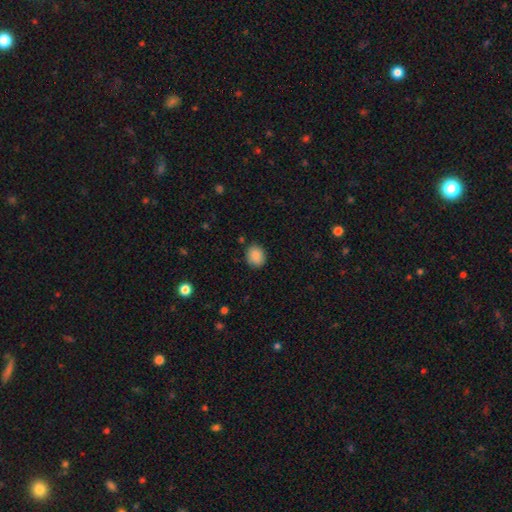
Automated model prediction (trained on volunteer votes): Smooth or featured? Predicted: smooth (p=0.88). How rounded? Predicted: round (p=0.68). Merging? Predicted: none (p=0.85).